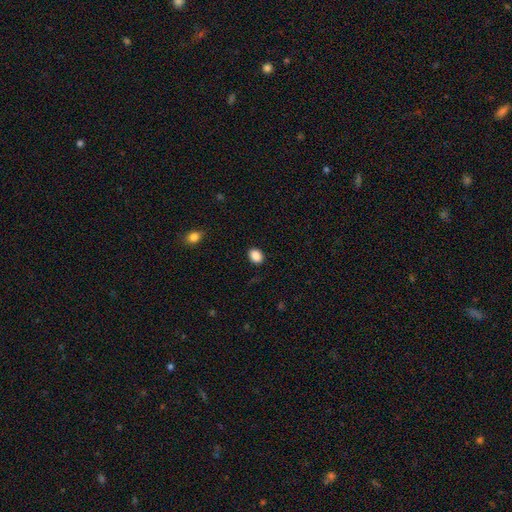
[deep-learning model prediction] The model was most divided on "how rounded": in between: 64%, round: 35%, cigar-shaped: 1%. More confident: merging — none (89%); smooth or featured — smooth (88%).